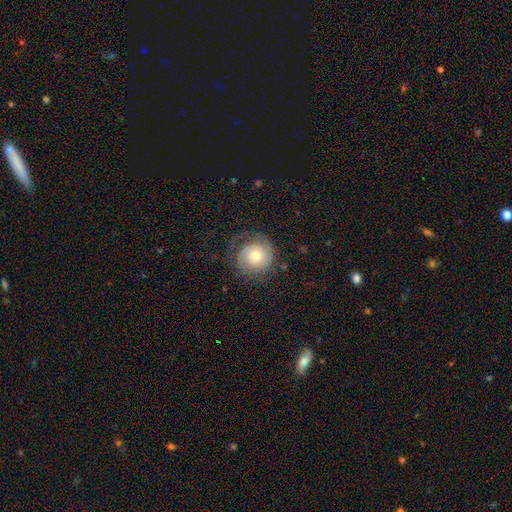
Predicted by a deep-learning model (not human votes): A featured or disk galaxy (63%) with no bar (79%), 2 (43%) tight (56%) spiral arms (88%) and a moderate central bulge (64%).

Vote fractions:
- Smooth or featured? featured or disk: 63% / smooth: 30% / star or artifact: 7%
- Edge-on disk? no: 97% / yes: 3%
- Bar? no: 79% / weak: 17% / strong: 3%
- Spiral arms? yes: 88% / no: 12%
- Spiral winding? tight: 56% / medium: 29% / loose: 15%
- Spiral arm count? 2: 43% / 1: 30% / can't tell: 18% / 3: 5% / 4: 2% / more than 4: 2%
- Bulge size? moderate: 64% / small: 28% / large: 6% / dominant: 1% / none: 1%
- Merging? none: 66% / minor disturbance: 18% / major disturbance: 15% / merger: 1%